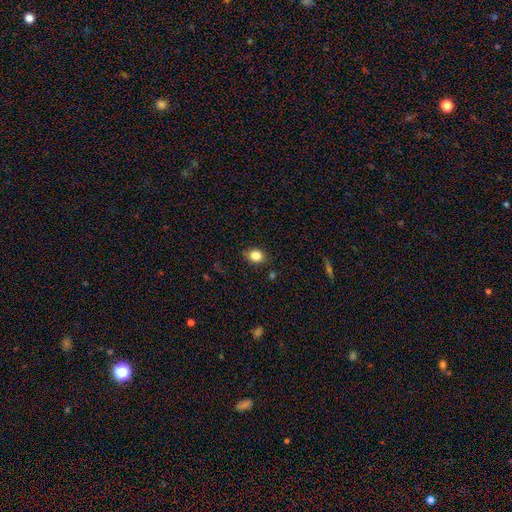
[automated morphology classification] A smooth galaxy with no disk features (84%) that is round (62%). Merging: none (86%).